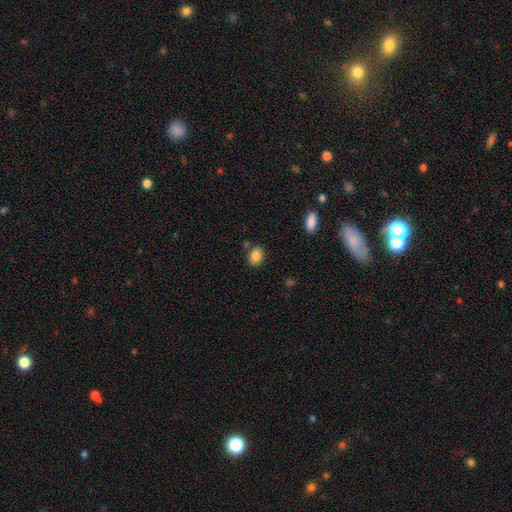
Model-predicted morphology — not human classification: This is clearly a smooth galaxy (85%). How rounded: likely in between (64%). Merging: likely none (79%).